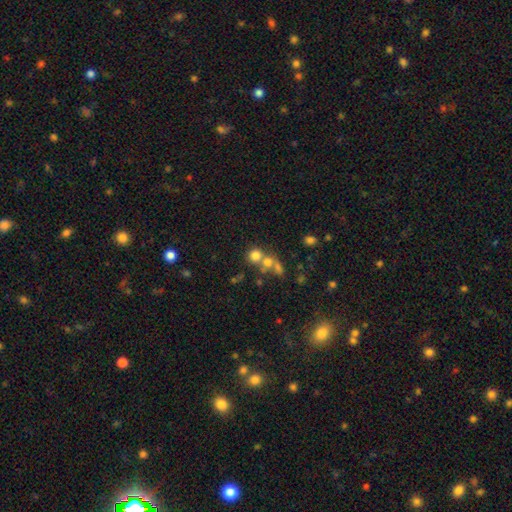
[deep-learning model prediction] A smooth galaxy with no disk features (72%) that is round (84%).

Vote fractions:
- Smooth or featured? smooth: 72% / star or artifact: 15% / featured or disk: 13%
- How rounded? round: 84% / in between: 15% / cigar-shaped: 1%
- Merging? none: 45% / merger: 42% / minor disturbance: 8% / major disturbance: 5%